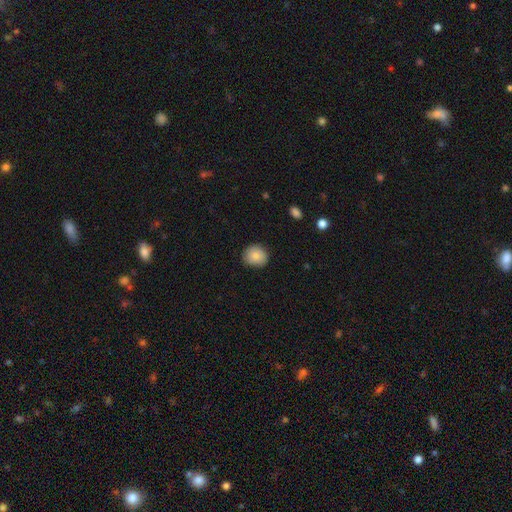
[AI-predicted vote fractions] The model was most divided on "how rounded": round: 81%, in between: 18%, cigar-shaped: 1%. More confident: smooth or featured — smooth (84%); merging — none (80%).